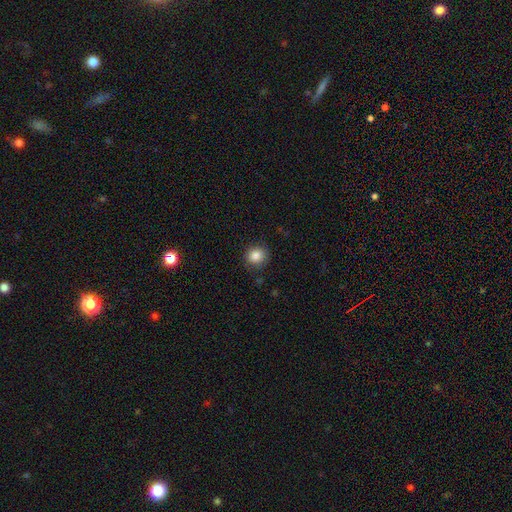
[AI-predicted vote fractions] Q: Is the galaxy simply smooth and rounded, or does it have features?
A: smooth — 85%.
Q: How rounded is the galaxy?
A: round — 87%.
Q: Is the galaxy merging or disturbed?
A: none — 85%.